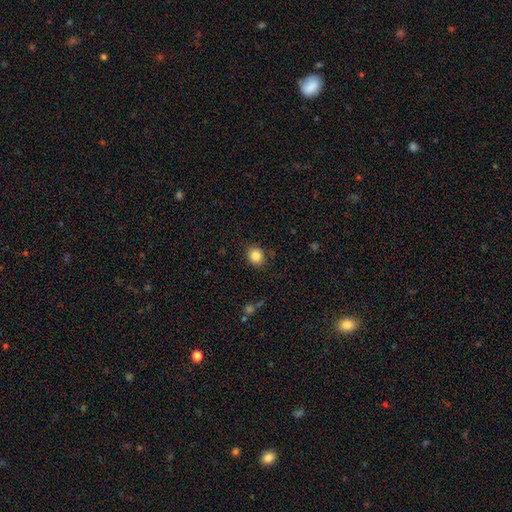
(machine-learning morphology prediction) A smooth galaxy with no disk features (85%) that is round (69%). Merging: none (85%).